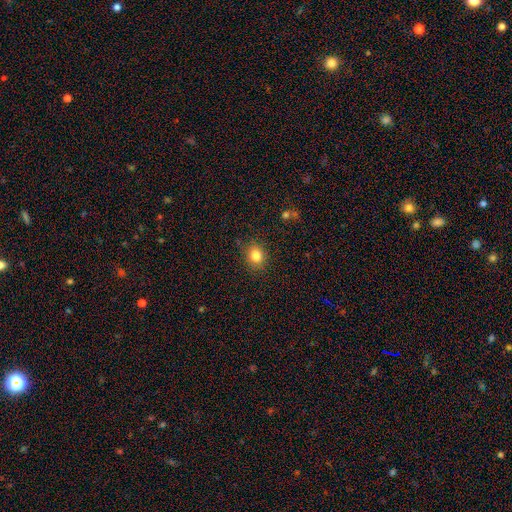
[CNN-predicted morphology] The model was most divided on "how rounded": round: 63%, in between: 36%, cigar-shaped: 1%. More confident: merging — none (86%); smooth or featured — smooth (83%).